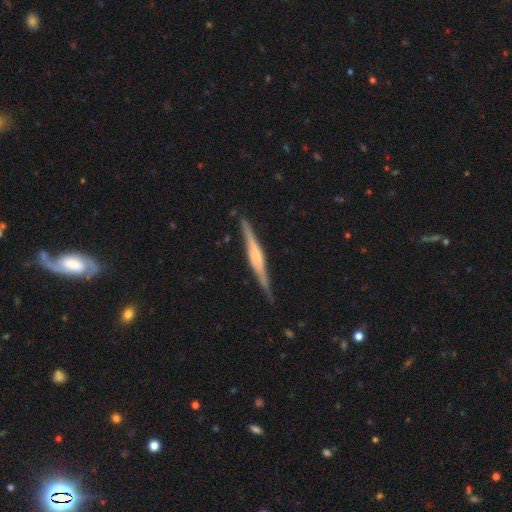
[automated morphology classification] smooth-or-featured: featured or disk: 79% | smooth: 16% | star or artifact: 5%
  disk-edge-on: yes: 98% | no: 2%
    edge-on-bulge: rounded: 57% | boxy: 30% | none: 13%
  merging: none: 88% | minor disturbance: 9% | major disturbance: 2% | merger: 1%